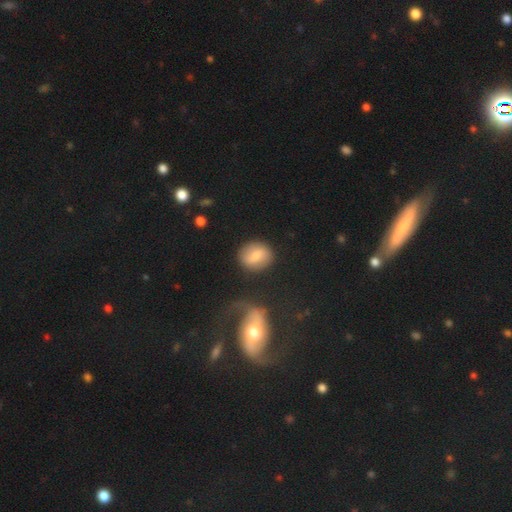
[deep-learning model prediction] This is likely a smooth galaxy (67%). How rounded: likely round (66%). Merging: clearly none (81%).